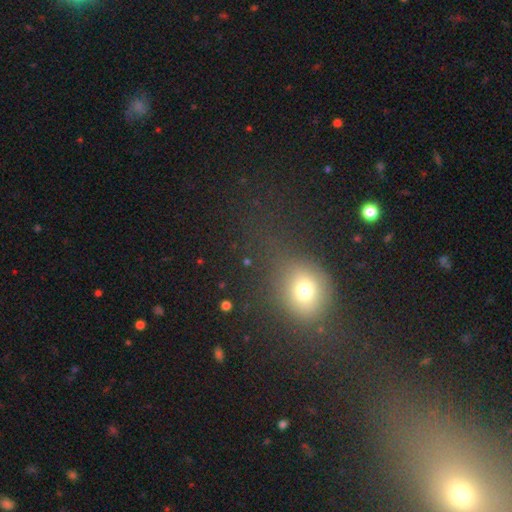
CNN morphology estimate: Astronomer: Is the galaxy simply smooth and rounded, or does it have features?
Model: smooth — 52% (runner-up: star or artifact, 34%).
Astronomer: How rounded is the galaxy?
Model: round — 53% (runner-up: in between, 43%).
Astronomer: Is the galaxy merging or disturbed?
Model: none — 60%.